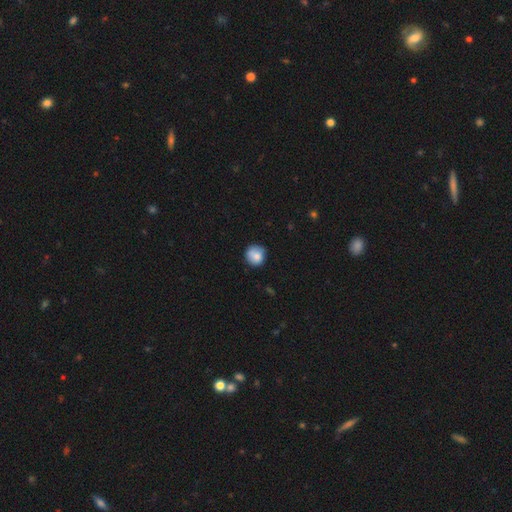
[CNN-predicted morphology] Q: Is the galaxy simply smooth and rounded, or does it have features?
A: smooth — 80%.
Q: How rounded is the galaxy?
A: round — 88%.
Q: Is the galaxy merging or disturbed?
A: none — 70%.